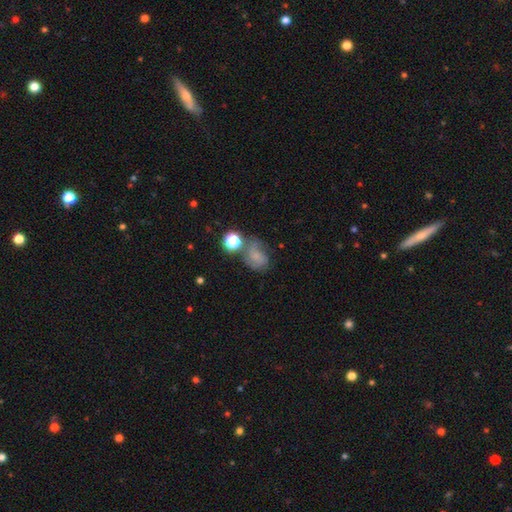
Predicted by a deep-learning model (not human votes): smooth_or_featured: smooth (p=0.50) [alt: featured or disk p=0.33]
merging: none (p=0.40) [alt: minor disturbance p=0.25]